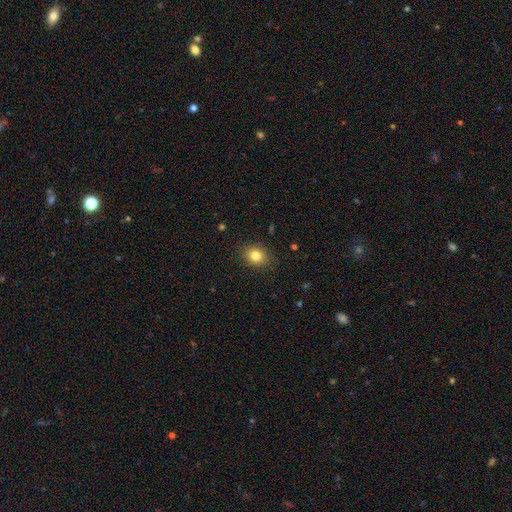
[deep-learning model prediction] Morphology: type=smooth (82%); roundness=round (52%); merging=none (87%).